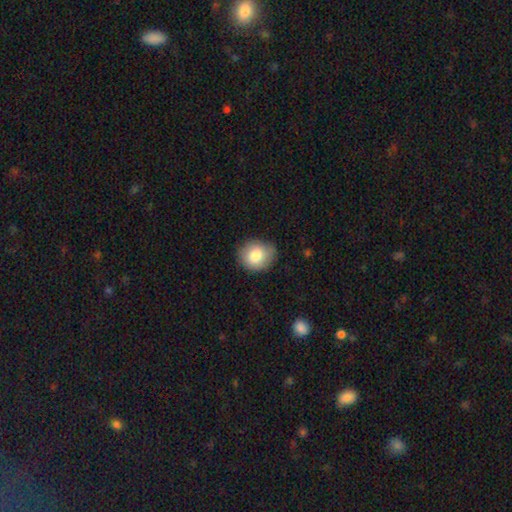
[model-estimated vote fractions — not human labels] Smooth or featured? smooth (81%)
How rounded? round (64%)
Merging? none (76%)